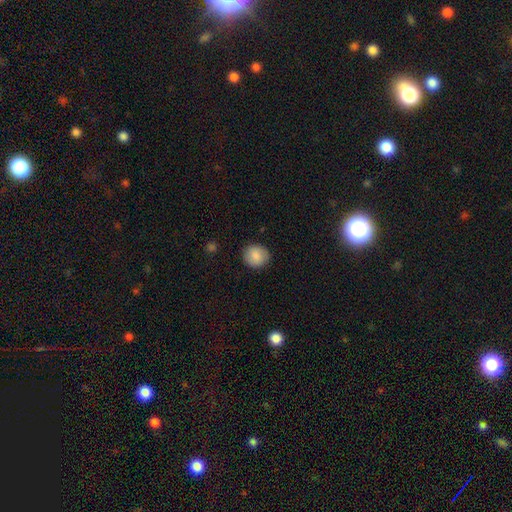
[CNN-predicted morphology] type=smooth (87%); roundness=round (85%); merging=none (89%).